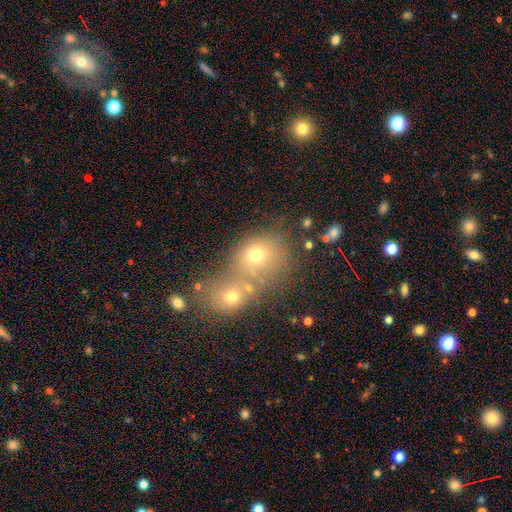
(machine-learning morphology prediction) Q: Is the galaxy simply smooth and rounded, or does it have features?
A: smooth — 65%.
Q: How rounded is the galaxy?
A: round — 66%.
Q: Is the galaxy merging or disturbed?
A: merger — 59%.